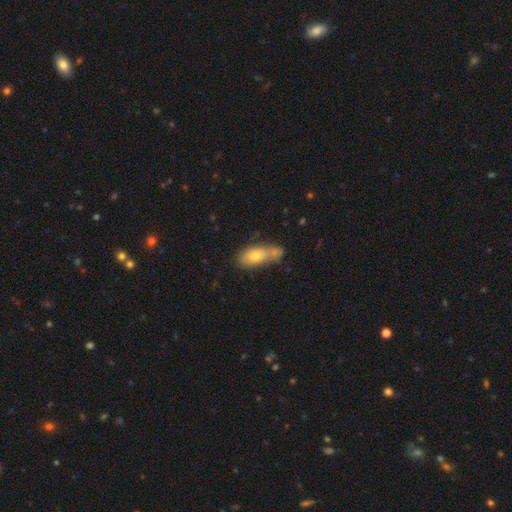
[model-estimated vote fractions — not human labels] This is likely a smooth galaxy (73%). How rounded: clearly in between (83%). Merging: marginally merger (41%).